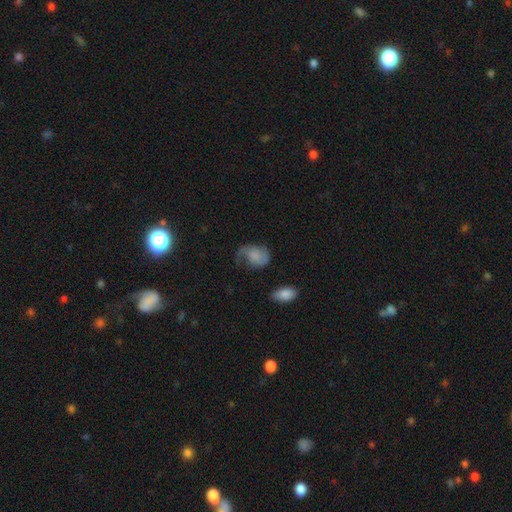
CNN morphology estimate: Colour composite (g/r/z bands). It shows a smooth galaxy with no disk features (50%) that is in between round and cigar-shaped (65%). Merging: major disturbance (35%).